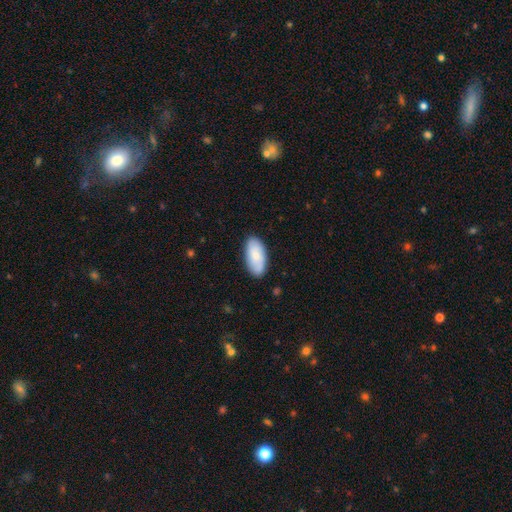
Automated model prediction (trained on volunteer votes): Smooth or featured?
  - smooth: 75% *
  - featured or disk: 20%
  - star or artifact: 6%
How rounded?
  - in between: 94% *
  - cigar-shaped: 4%
  - round: 2%
Merging?
  - none: 84% *
  - minor disturbance: 13%
  - major disturbance: 2%
  - merger: 1%